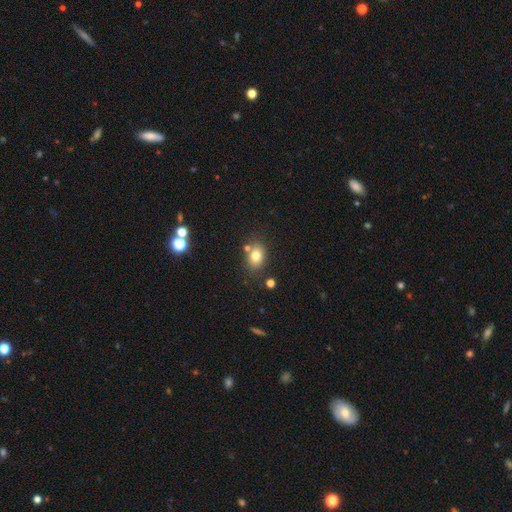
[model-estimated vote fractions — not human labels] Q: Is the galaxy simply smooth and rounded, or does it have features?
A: smooth — 77%.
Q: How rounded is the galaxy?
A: in between — 70%.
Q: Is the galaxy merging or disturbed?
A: none — 72%.